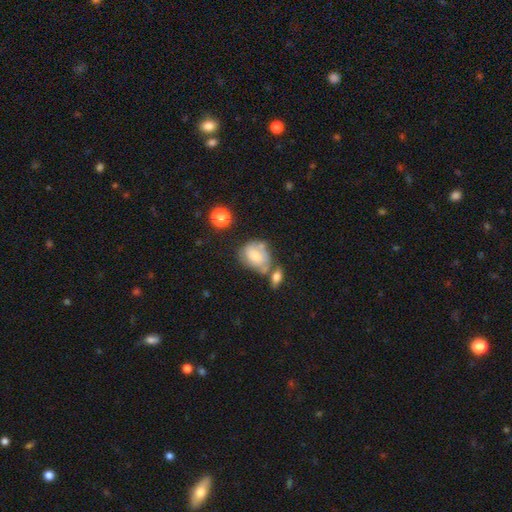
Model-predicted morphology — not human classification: type=smooth (66%); roundness=in between (64%); merging=none (37%).